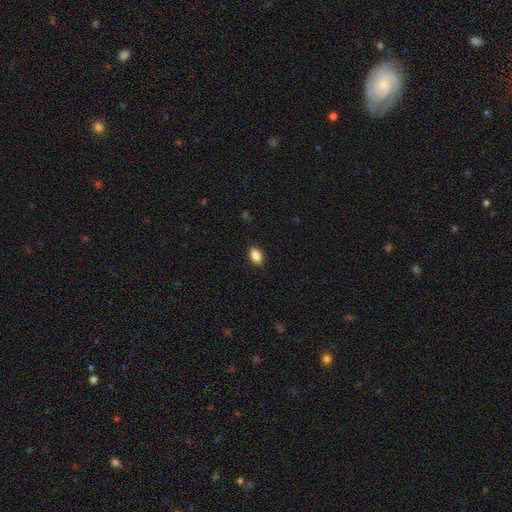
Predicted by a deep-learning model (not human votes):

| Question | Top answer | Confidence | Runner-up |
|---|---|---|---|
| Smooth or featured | smooth | 85% | star or artifact (8%) |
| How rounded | in between | 88% | round (8%) |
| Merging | none | 87% | minor disturbance (10%) |